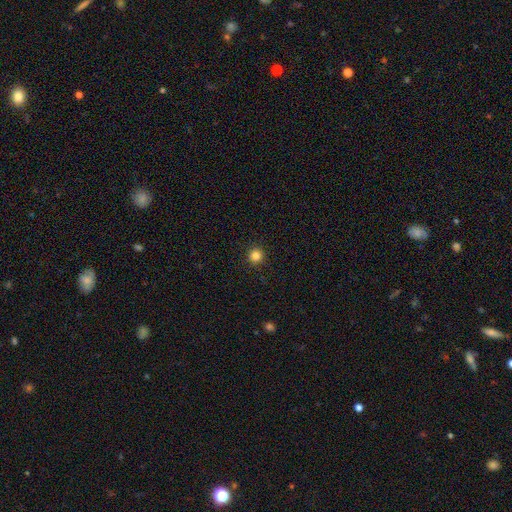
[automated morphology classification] This appears to be a smooth galaxy with no disk features (84%) that is round (95%). Merging: none (93%).